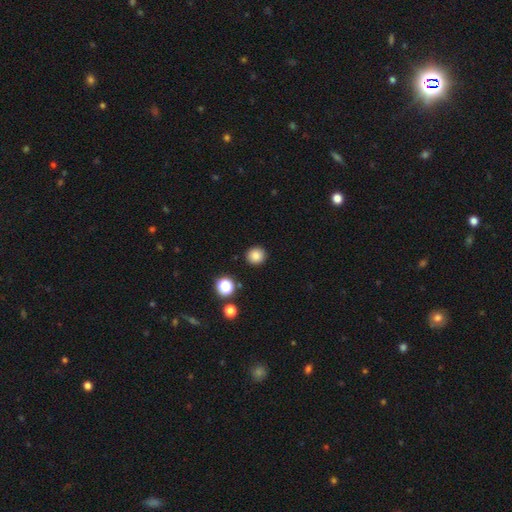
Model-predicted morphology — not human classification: smooth-or-featured: smooth: 84% | star or artifact: 11% | featured or disk: 4%
  how-rounded: round: 91% | in between: 8% | cigar-shaped: 1%
  merging: none: 91% | minor disturbance: 5% | major disturbance: 2% | merger: 2%